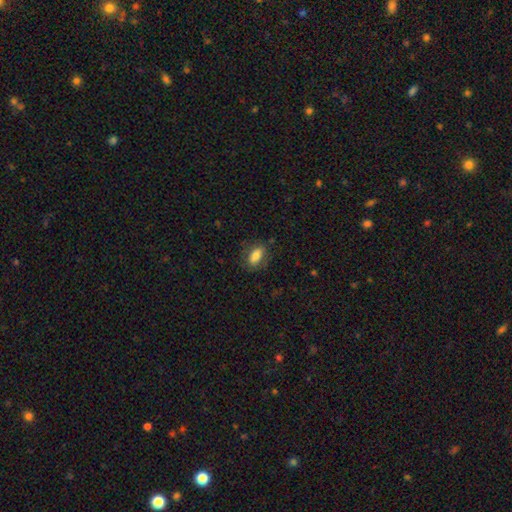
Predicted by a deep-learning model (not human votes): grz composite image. It shows a smooth galaxy with no disk features (78%) that is in between round and cigar-shaped (87%). Merging: none (76%).